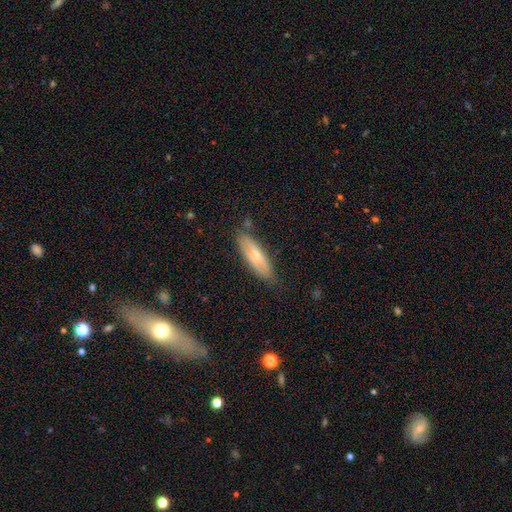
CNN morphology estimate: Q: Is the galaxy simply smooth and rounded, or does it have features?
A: featured or disk — 51%.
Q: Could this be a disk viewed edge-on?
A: yes — 60%.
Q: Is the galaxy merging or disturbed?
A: none — 79%.